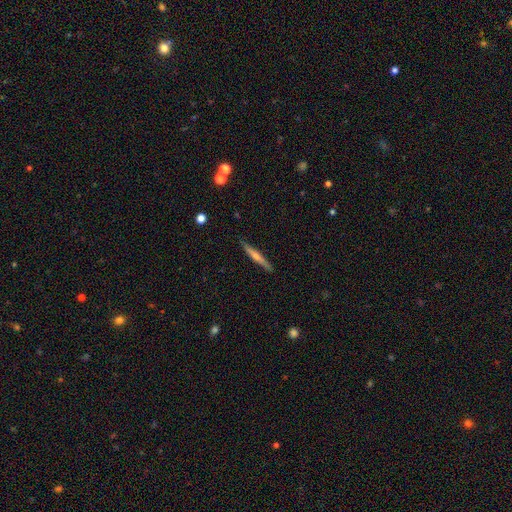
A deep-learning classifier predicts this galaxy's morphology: smooth-or-featured: featured or disk: 61% | smooth: 32% | star or artifact: 6%
  disk-edge-on: yes: 97% | no: 3%
    edge-on-bulge: rounded: 71% | none: 23% | boxy: 7%
  merging: none: 90% | minor disturbance: 8% | major disturbance: 1% | merger: 1%